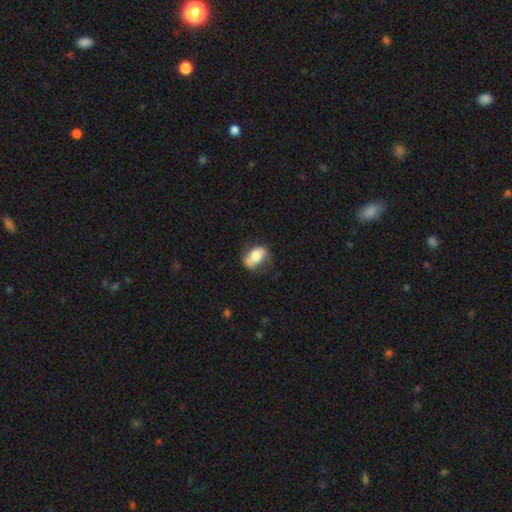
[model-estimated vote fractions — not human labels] Smooth or featured: smooth — 74% (featured or disk — 19%)
How rounded: in between — 87% (round — 9%)
Merging: none — 61% (minor disturbance — 28%)